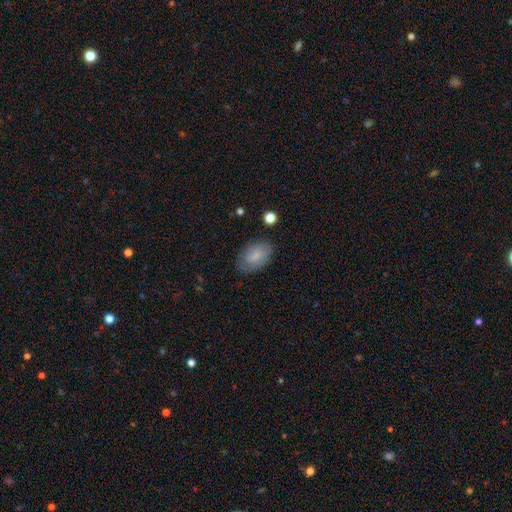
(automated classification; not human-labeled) Smooth or featured? smooth (78%)
How rounded? in between (89%)
Merging? none (76%)